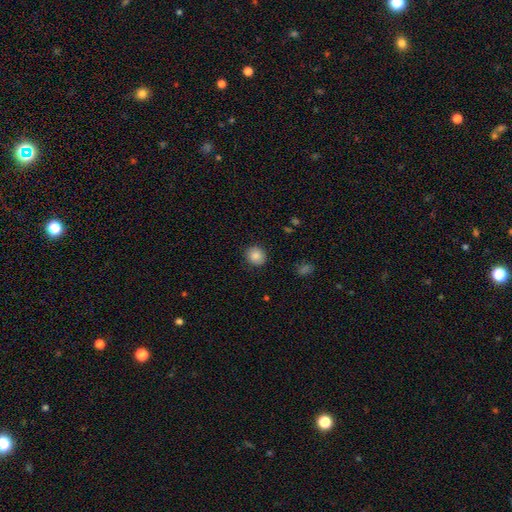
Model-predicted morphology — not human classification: The model was most divided on "how rounded": round: 78%, in between: 21%, cigar-shaped: 1%. More confident: merging — none (88%); smooth or featured — smooth (86%).